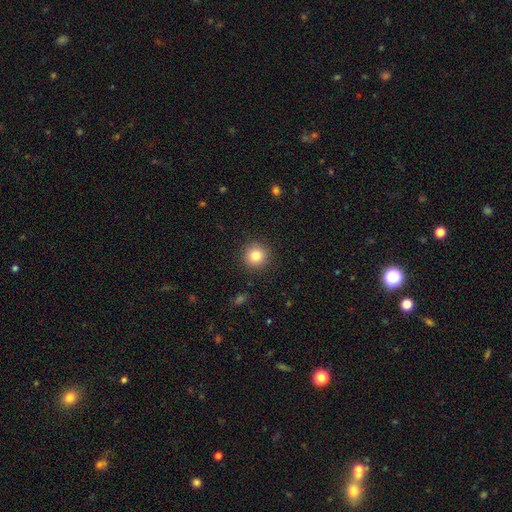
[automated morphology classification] smooth 82%, star or artifact 11%, featured or disk 7%. Down the decision tree: how rounded — round (95%); merging — none (91%).